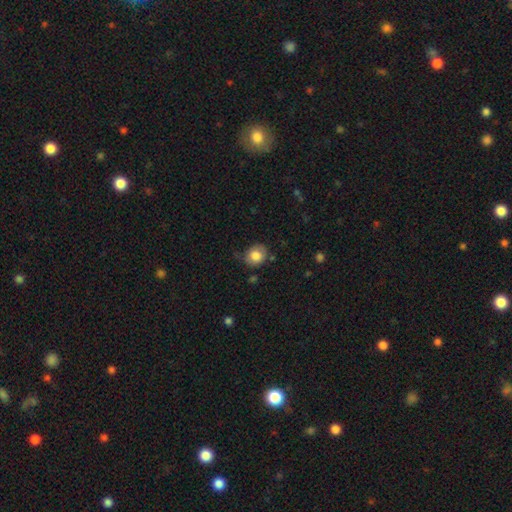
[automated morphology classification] smooth 81%, featured or disk 10%, star or artifact 9%. Down the decision tree: how rounded — round (74%); merging — none (66%).